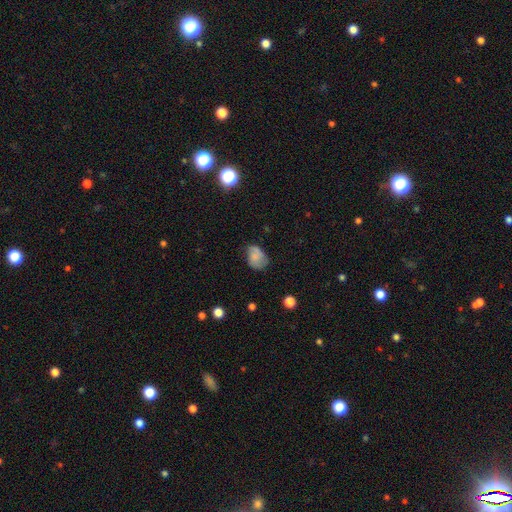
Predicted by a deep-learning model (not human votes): smooth_or_featured: smooth (p=0.68) [alt: featured or disk p=0.21]
how_rounded: in between (p=0.68) [alt: round p=0.31]
merging: none (p=0.44) [alt: minor disturbance p=0.36]